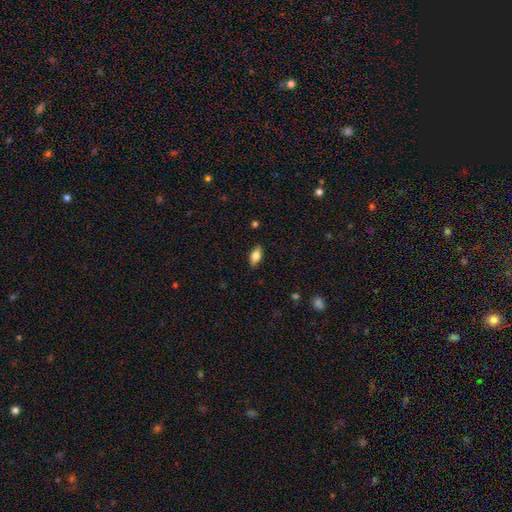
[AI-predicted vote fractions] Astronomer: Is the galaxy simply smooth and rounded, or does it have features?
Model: smooth — 74%.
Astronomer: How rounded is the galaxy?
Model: in between — 87%.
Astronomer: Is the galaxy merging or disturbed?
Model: none — 87%.